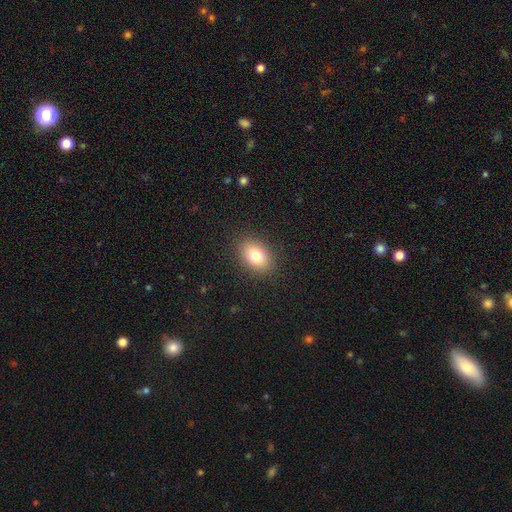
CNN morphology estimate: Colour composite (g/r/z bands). It shows a smooth galaxy with no disk features (79%) that is in between round and cigar-shaped (77%). Merging: none (88%).